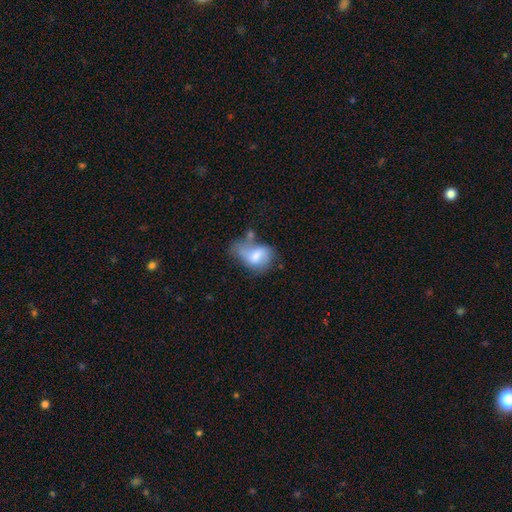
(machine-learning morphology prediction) This appears to be a smooth galaxy with no disk features (57%) that is in between round and cigar-shaped (78%). Merging: major disturbance (30%).